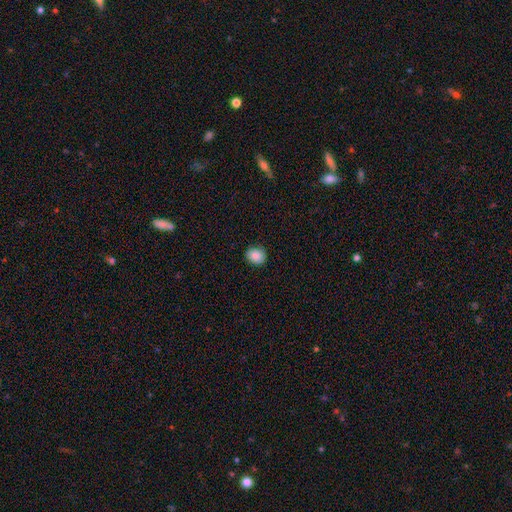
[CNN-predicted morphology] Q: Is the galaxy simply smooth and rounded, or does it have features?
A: smooth — 86%.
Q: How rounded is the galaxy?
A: round — 74%.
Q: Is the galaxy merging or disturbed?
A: none — 85%.